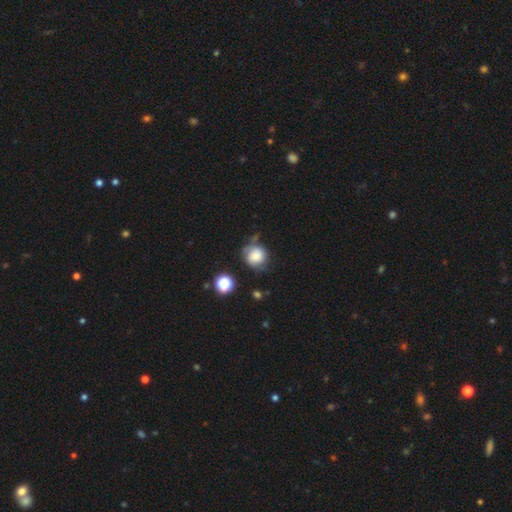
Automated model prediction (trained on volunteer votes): Morphology: type=smooth (66%); roundness=round (82%); merging=none (54%).